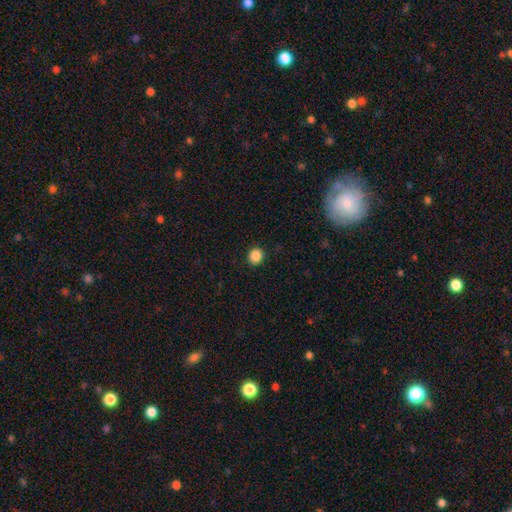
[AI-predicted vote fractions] smooth-or-featured: smooth: 87% | star or artifact: 10% | featured or disk: 3%
  how-rounded: round: 85% | in between: 15% | cigar-shaped: 1%
  merging: none: 91% | minor disturbance: 6% | major disturbance: 2% | merger: 1%